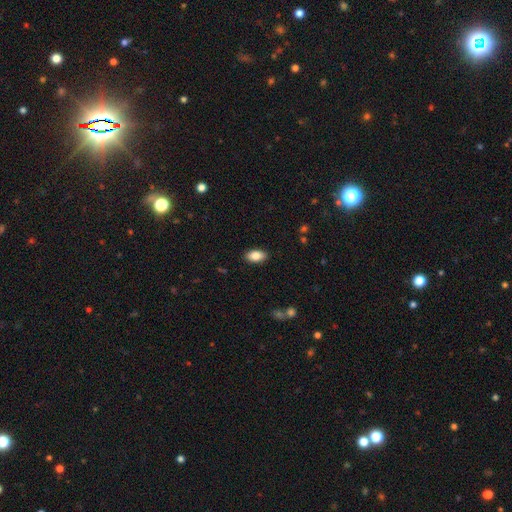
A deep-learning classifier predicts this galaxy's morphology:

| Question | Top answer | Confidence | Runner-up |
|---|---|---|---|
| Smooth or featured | smooth | 86% | star or artifact (7%) |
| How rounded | in between | 93% | round (4%) |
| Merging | none | 89% | minor disturbance (8%) |